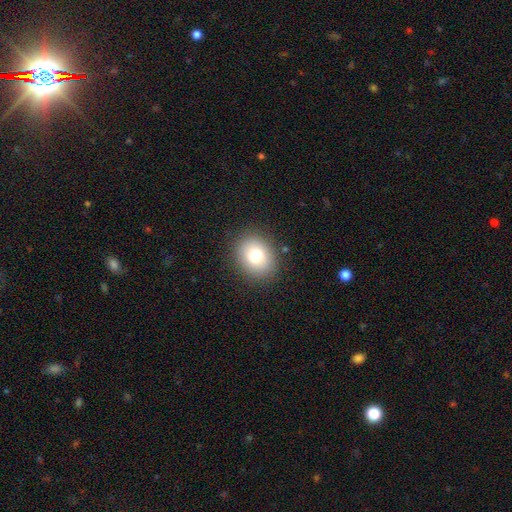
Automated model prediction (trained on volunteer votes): smooth-or-featured: smooth: 77% | featured or disk: 12% | star or artifact: 11%
  how-rounded: round: 58% | in between: 41% | cigar-shaped: 1%
  merging: none: 87% | minor disturbance: 9% | major disturbance: 3% | merger: 1%